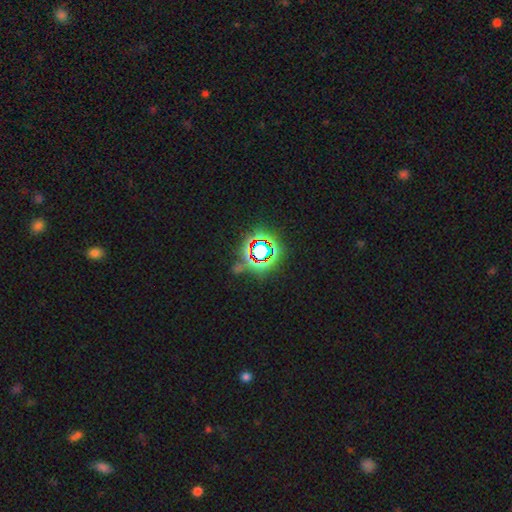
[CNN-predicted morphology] type=star or artifact (78%).